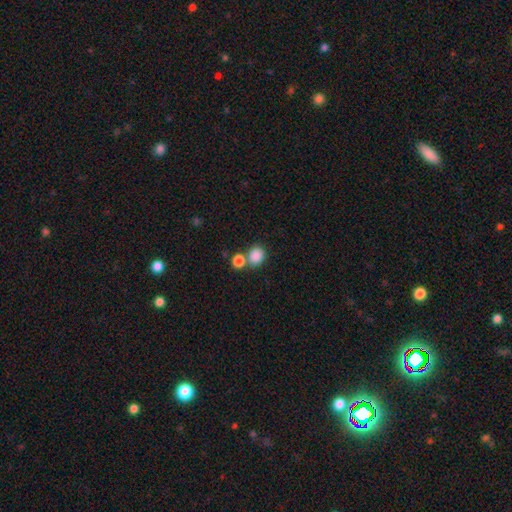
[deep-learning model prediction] A smooth galaxy with no disk features (85%) that is round (67%). Merging: none (56%).